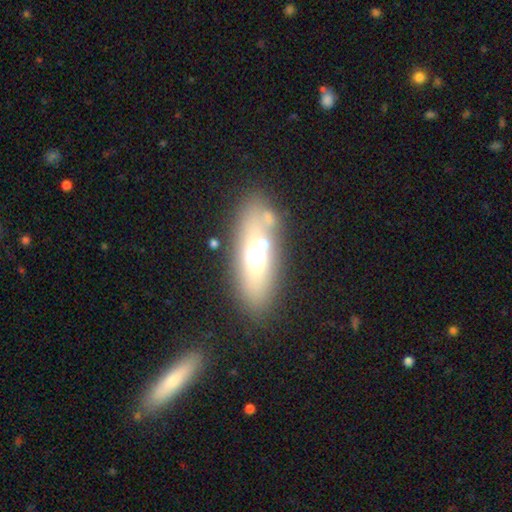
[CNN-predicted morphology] Overall: smooth (57%; featured or disk 30%). How rounded: in between (73%). Merging: none (76%).